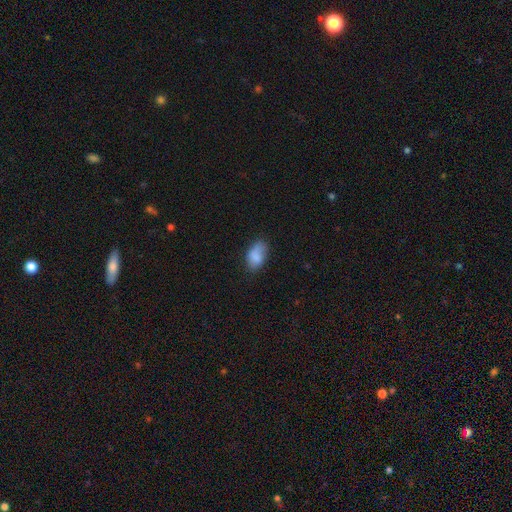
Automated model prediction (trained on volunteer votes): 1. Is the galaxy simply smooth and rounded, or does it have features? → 82% smooth, 10% featured or disk, 8% star or artifact.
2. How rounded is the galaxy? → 91% in between, 7% round, 2% cigar-shaped.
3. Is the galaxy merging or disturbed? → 62% none, 28% minor disturbance, 8% major disturbance, 3% merger.